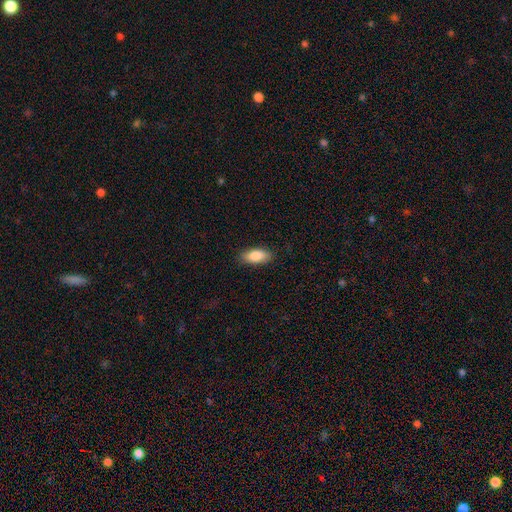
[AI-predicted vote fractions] Smooth or featured? smooth (87%)
How rounded? in between (87%)
Merging? none (87%)